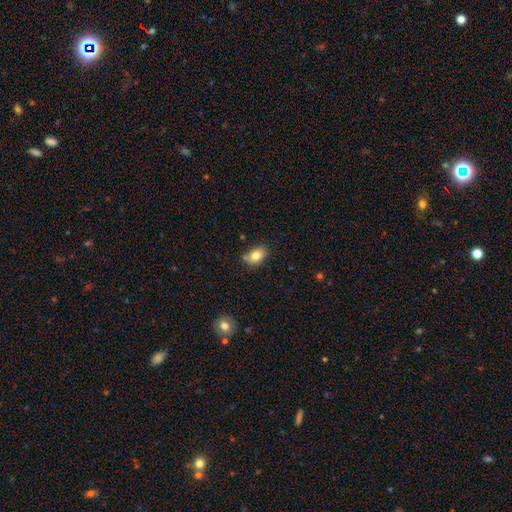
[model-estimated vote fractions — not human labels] Smooth or featured? Predicted: smooth (p=0.81). How rounded? Predicted: in between (p=0.78). Merging? Predicted: none (p=0.74).